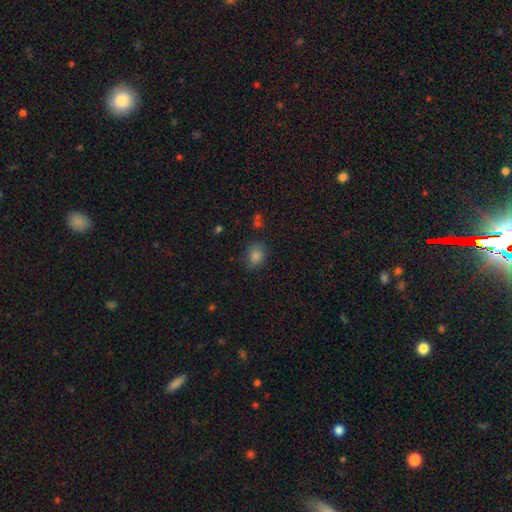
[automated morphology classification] Overall: smooth (80%). How rounded: round (50%; in between 49%). Merging: none (79%).